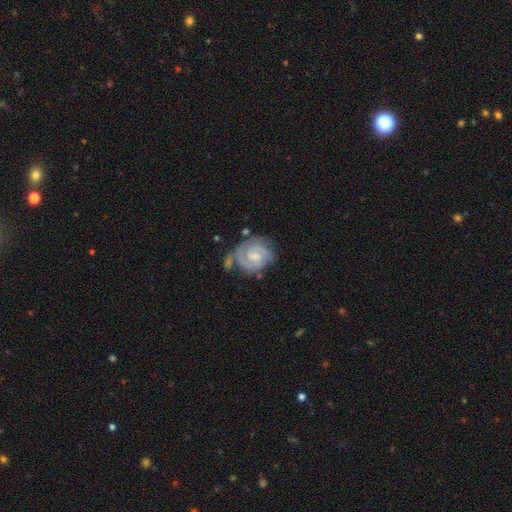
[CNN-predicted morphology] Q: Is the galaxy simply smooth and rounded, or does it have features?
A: featured or disk — 85%.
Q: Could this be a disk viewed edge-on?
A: no — 98%.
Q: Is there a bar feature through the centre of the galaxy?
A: no — 49%.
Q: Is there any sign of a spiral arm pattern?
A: yes — 97%.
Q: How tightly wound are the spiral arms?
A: tight — 67%.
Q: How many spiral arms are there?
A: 2 — 75%.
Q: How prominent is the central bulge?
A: small — 49%.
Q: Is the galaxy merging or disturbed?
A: none — 61%.